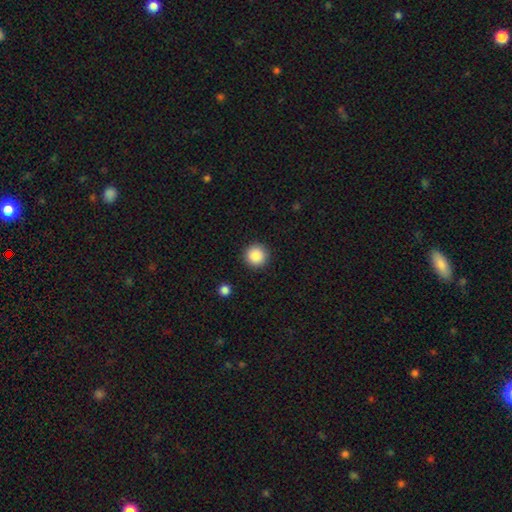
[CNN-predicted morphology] Smooth or featured?
  - smooth: 88% *
  - star or artifact: 9%
  - featured or disk: 3%
How rounded?
  - round: 96% *
  - in between: 3%
  - cigar-shaped: 1%
Merging?
  - none: 92% *
  - minor disturbance: 5%
  - major disturbance: 2%
  - merger: 1%